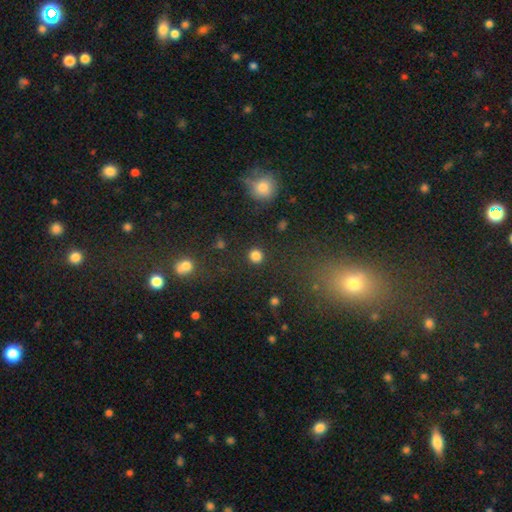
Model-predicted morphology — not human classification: smooth 84%, star or artifact 13%, featured or disk 4%. Down the decision tree: how rounded — round (91%); merging — none (90%).